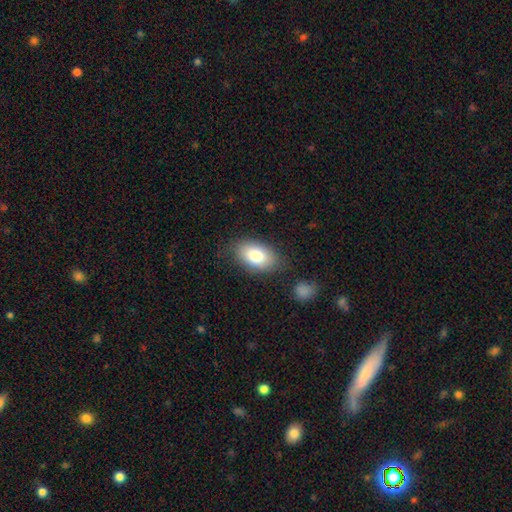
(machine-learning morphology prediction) Q: Smooth or featured?
A: smooth (82%); runner-up: featured or disk (11%)
Q: How rounded?
A: in between (92%); runner-up: round (7%)
Q: Merging?
A: none (78%); runner-up: minor disturbance (14%)